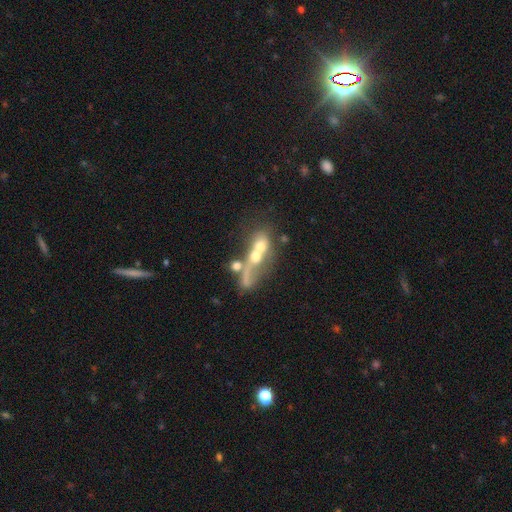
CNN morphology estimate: Smooth or featured? Predicted: featured or disk (p=0.47). Merging? Predicted: merger (p=0.57).